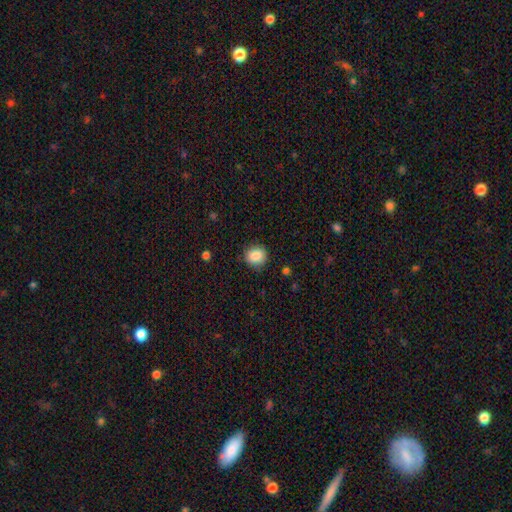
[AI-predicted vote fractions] Overall: smooth (88%). How rounded: round (71%). Merging: none (83%).